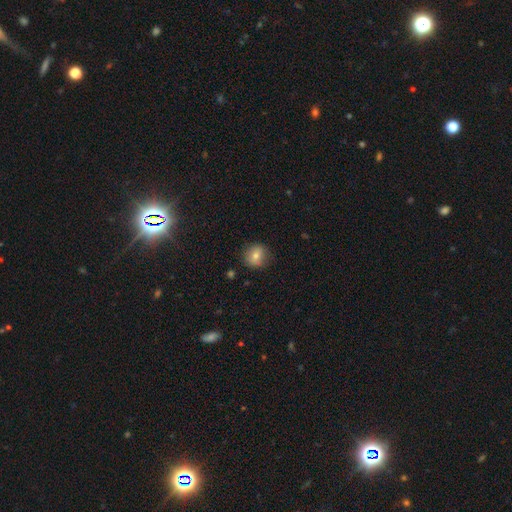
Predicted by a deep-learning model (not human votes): A smooth galaxy with no disk features (77%) that is round (84%).

Vote fractions:
- Smooth or featured? smooth: 77% / featured or disk: 13% / star or artifact: 10%
- How rounded? round: 84% / in between: 15% / cigar-shaped: 1%
- Merging? none: 84% / minor disturbance: 11% / major disturbance: 3% / merger: 1%